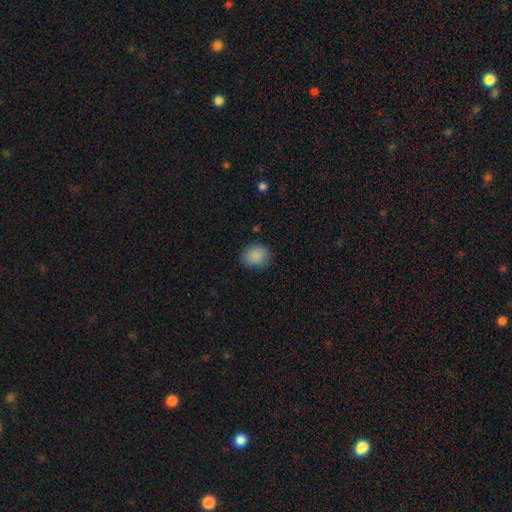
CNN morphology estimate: The model was most divided on "how rounded": round: 61%, in between: 38%, cigar-shaped: 1%. More confident: smooth or featured — smooth (88%); merging — none (82%).